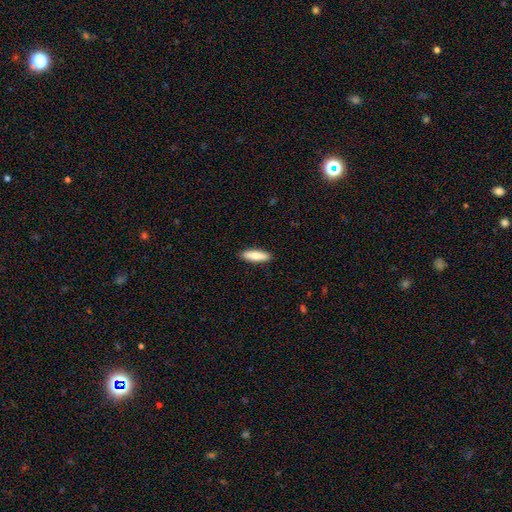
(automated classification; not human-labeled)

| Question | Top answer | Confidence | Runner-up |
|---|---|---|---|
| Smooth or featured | smooth | 82% | featured or disk (13%) |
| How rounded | cigar-shaped | 64% | in between (34%) |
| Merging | none | 91% | minor disturbance (7%) |